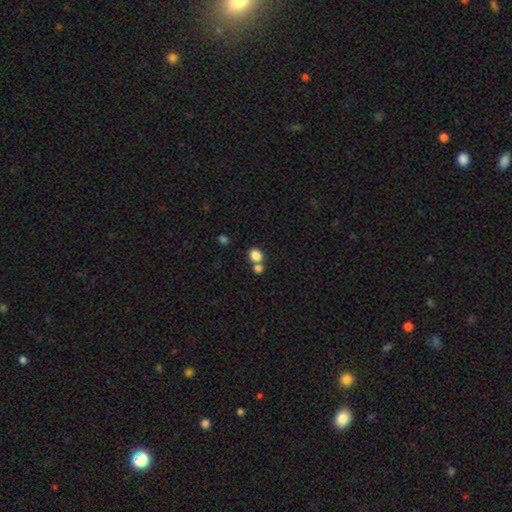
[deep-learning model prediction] A smooth galaxy with no disk features (84%) that is round (56%).

Vote fractions:
- Smooth or featured? smooth: 84% / star or artifact: 10% / featured or disk: 6%
- How rounded? round: 56% / in between: 43% / cigar-shaped: 1%
- Merging? none: 51% / merger: 38% / minor disturbance: 8% / major disturbance: 3%